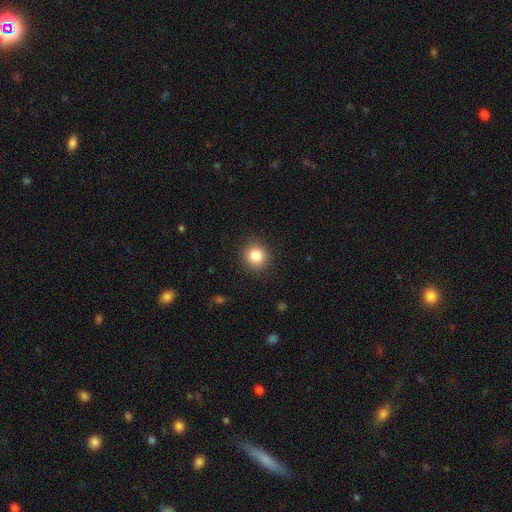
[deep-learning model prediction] A smooth galaxy with no disk features (85%) that is round (91%). Merging: none (90%).